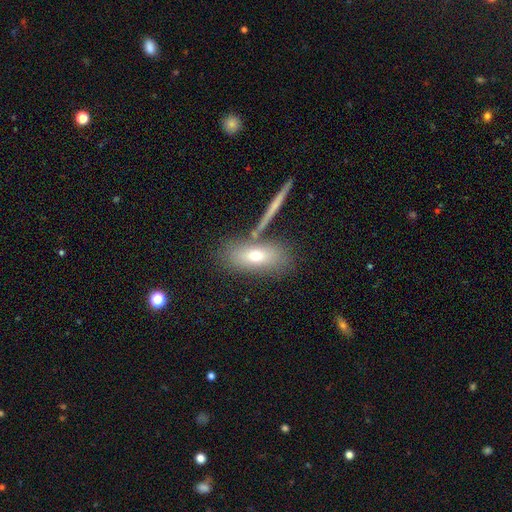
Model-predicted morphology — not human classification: Overall: smooth (66%). How rounded: in between (78%). Merging: none (67%).